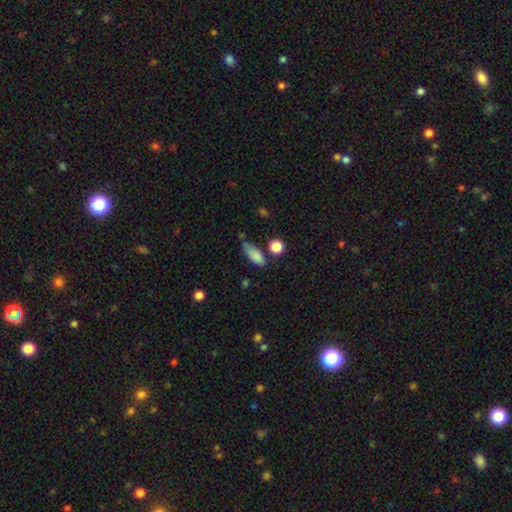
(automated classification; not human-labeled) smooth-or-featured: smooth: 83% | star or artifact: 9% | featured or disk: 8%
  how-rounded: in between: 75% | cigar-shaped: 20% | round: 5%
  merging: none: 54% | minor disturbance: 29% | merger: 9% | major disturbance: 8%